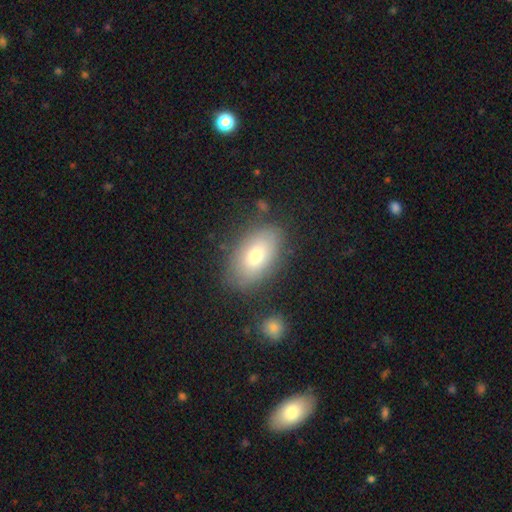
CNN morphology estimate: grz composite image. It shows a smooth galaxy with no disk features (72%) that is in between round and cigar-shaped (92%). Merging: none (80%).